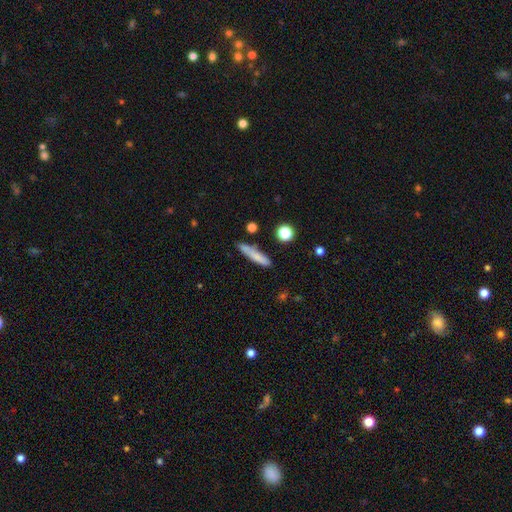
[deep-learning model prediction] This appears to be a smooth galaxy with no disk features (76%) that is cigar-shaped (87%). Merging: none (78%).